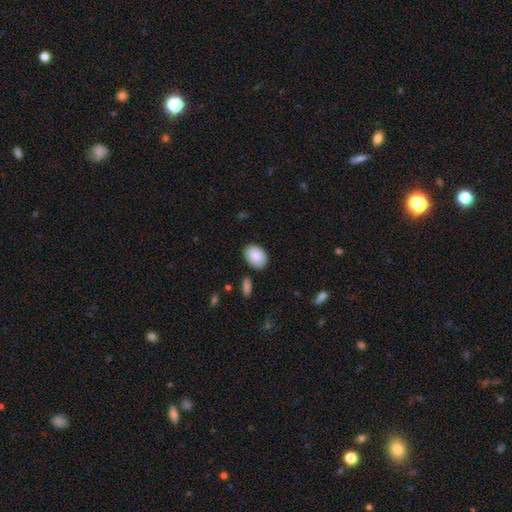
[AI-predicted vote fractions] This appears to be a smooth galaxy with no disk features (88%) that is in between round and cigar-shaped (82%). Merging: none (81%).